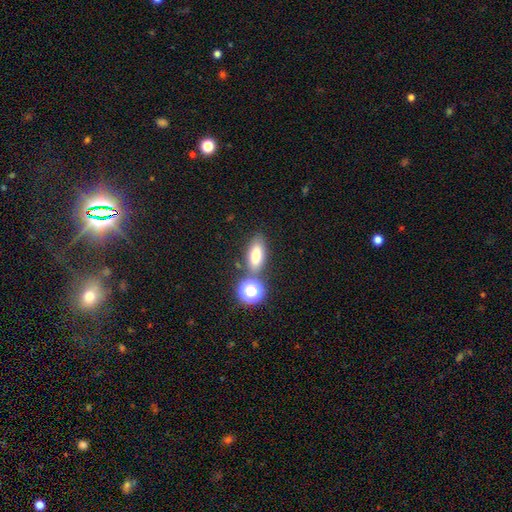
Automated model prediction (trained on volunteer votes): Overall: smooth (74%). How rounded: in between (75%). Merging: none (71%).